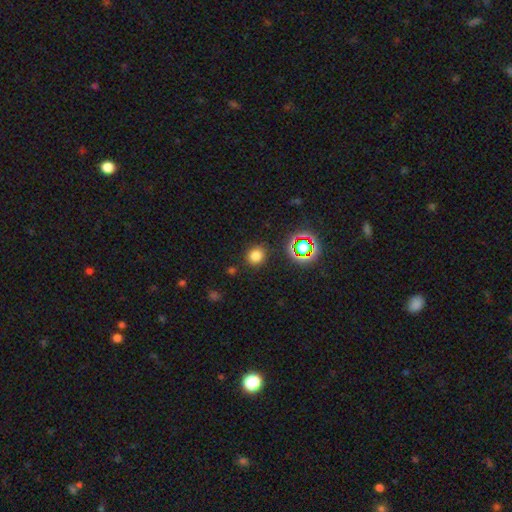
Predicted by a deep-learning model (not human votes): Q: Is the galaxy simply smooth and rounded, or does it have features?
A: smooth — 76%.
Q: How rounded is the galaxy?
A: round — 82%.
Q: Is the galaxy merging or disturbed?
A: none — 87%.